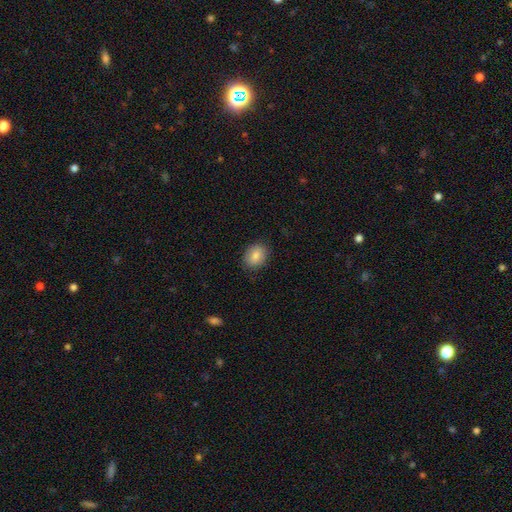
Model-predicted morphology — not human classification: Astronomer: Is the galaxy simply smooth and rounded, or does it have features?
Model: smooth — 83%.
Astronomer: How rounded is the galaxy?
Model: in between — 53% (runner-up: round, 46%).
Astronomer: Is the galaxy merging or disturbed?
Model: none — 87%.